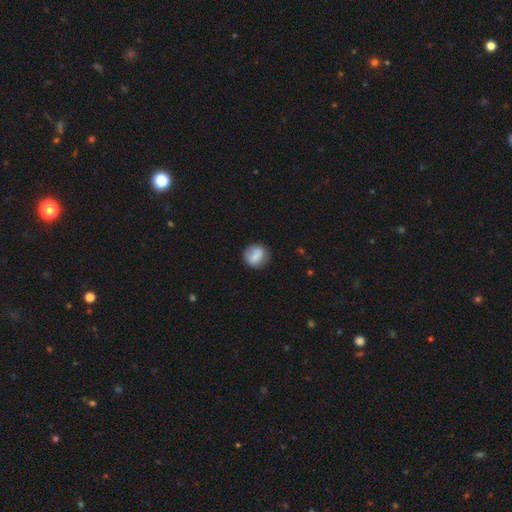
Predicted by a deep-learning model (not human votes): Smooth or featured? Predicted: smooth (p=0.80). How rounded? Predicted: round (p=0.80). Merging? Predicted: none (p=0.81).